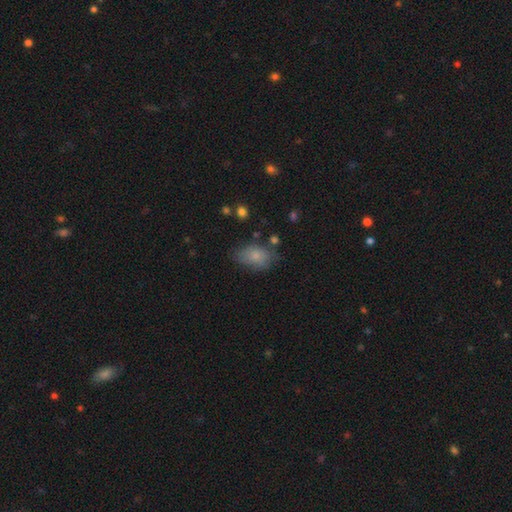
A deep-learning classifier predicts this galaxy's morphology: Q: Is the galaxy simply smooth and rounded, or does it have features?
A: smooth — 79%.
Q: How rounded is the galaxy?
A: in between — 86%.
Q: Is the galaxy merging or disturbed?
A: none — 62%.